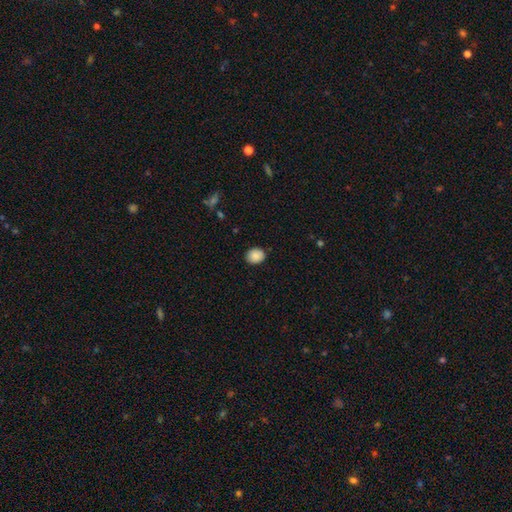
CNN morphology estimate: Q: Smooth or featured?
A: smooth (88%); runner-up: star or artifact (8%)
Q: How rounded?
A: round (65%); runner-up: in between (34%)
Q: Merging?
A: none (87%); runner-up: minor disturbance (10%)